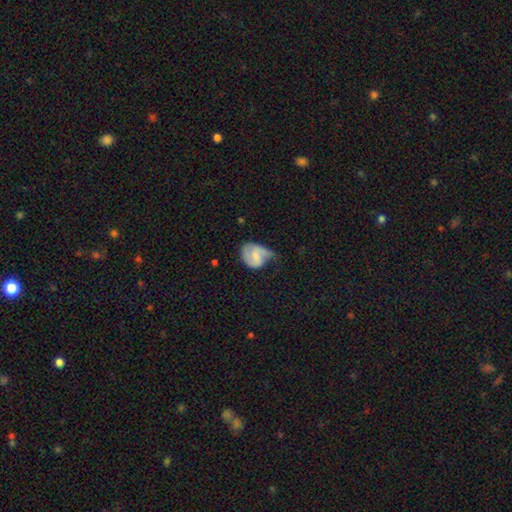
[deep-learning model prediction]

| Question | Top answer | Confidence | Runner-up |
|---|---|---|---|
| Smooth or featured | featured or disk | 47% | smooth (46%) |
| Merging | minor disturbance | 41% | major disturbance (30%) |